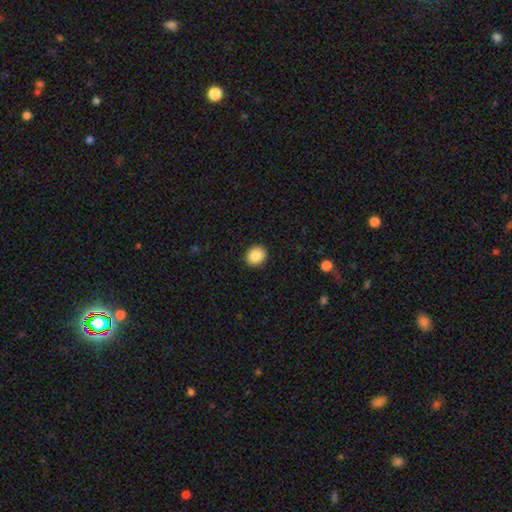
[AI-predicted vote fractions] A smooth galaxy with no disk features (88%) that is round (74%).

Vote fractions:
- Smooth or featured? smooth: 88% / star or artifact: 8% / featured or disk: 4%
- How rounded? round: 74% / in between: 25% / cigar-shaped: 1%
- Merging? none: 91% / minor disturbance: 6% / major disturbance: 2% / merger: 1%